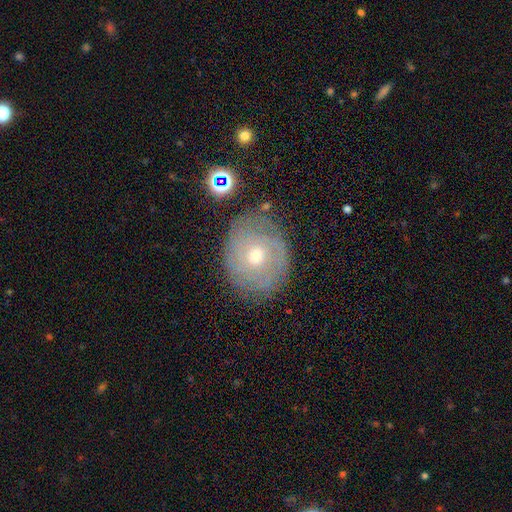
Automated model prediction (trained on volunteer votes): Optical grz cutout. It shows a featured or disk galaxy (66%) with no bar (78%), tight (76%) spiral arms (80%) and a moderate central bulge (65%). Merging: none (78%).